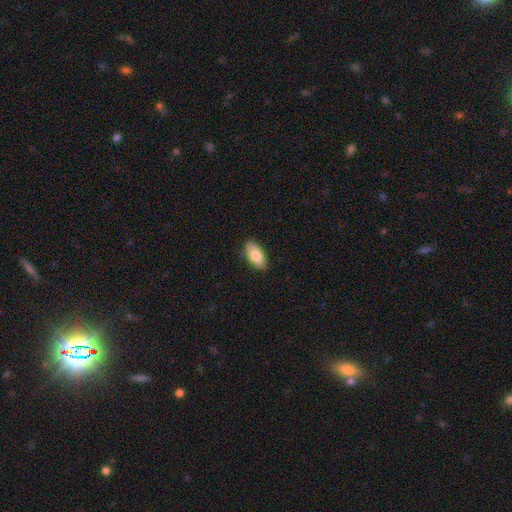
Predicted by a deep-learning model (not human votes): Smooth or featured?
  - smooth: 81% *
  - featured or disk: 13%
  - star or artifact: 6%
How rounded?
  - in between: 93% *
  - cigar-shaped: 5%
  - round: 3%
Merging?
  - none: 87% *
  - minor disturbance: 10%
  - major disturbance: 2%
  - merger: 1%